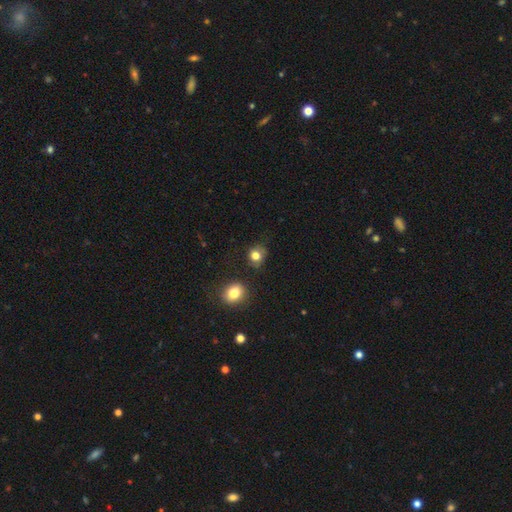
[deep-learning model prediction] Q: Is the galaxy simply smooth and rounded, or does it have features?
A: smooth — 80%.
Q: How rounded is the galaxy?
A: round — 72%.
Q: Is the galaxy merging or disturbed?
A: none — 69%.